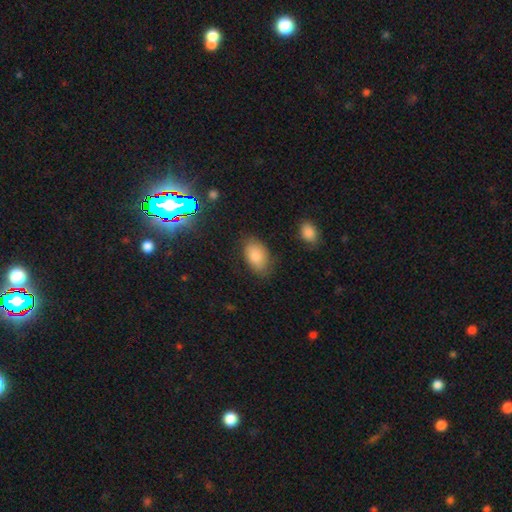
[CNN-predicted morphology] Smooth or featured: smooth — 82% (featured or disk — 10%)
How rounded: in between — 91% (round — 8%)
Merging: none — 75% (minor disturbance — 18%)